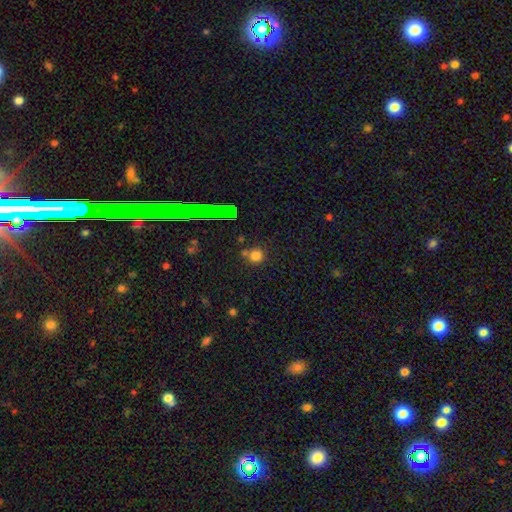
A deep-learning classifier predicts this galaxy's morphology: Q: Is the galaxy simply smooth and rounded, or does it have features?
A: smooth — 75%.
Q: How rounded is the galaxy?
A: round — 91%.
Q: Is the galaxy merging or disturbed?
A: none — 69%.